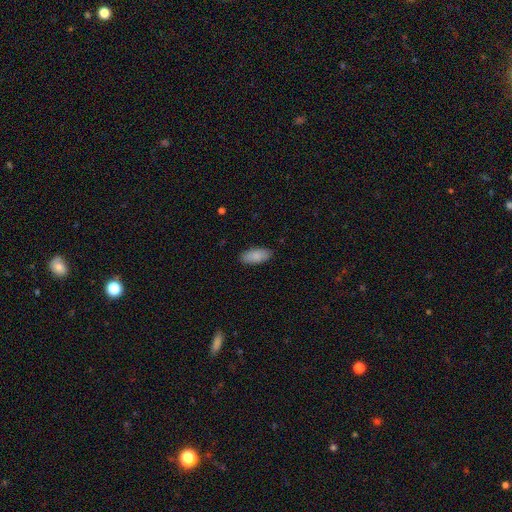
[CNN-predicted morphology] A smooth galaxy with no disk features (87%) that is in between round and cigar-shaped (89%). Merging: none (87%).